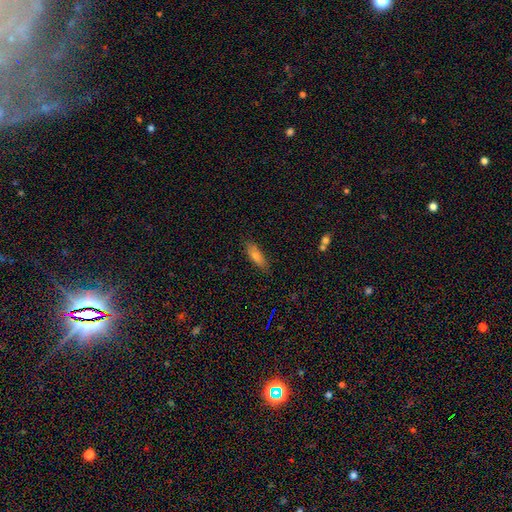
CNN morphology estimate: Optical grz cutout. It shows a smooth galaxy with no disk features (69%) that is cigar-shaped (51%). Merging: none (86%).